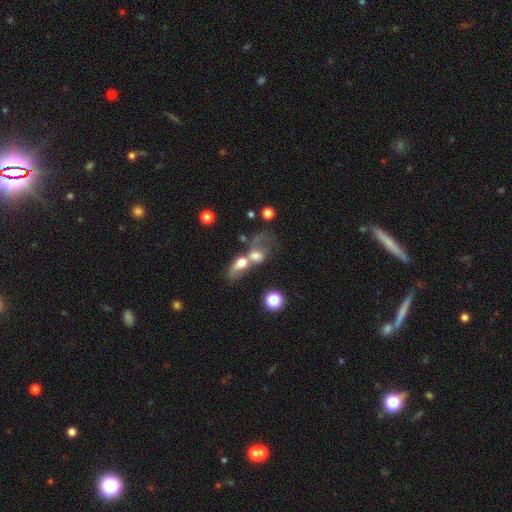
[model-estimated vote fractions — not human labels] smooth_or_featured: smooth (p=0.55) [alt: featured or disk p=0.33]
how_rounded: in between (p=0.62) [alt: round p=0.33]
merging: merger (p=0.71) [alt: major disturbance p=0.15]